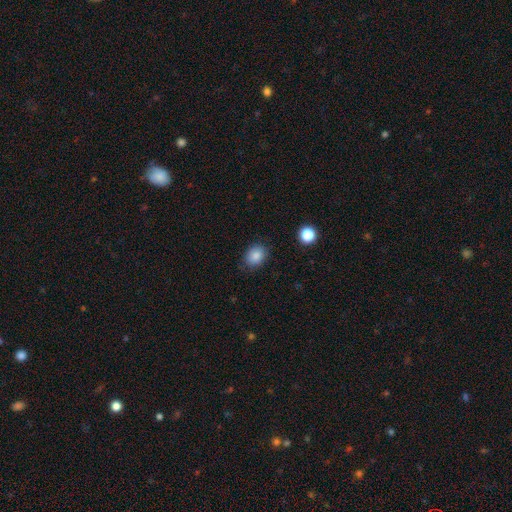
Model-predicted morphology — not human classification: Smooth or featured?
  - smooth: 86% *
  - star or artifact: 10%
  - featured or disk: 4%
How rounded?
  - in between: 52% *
  - round: 47%
  - cigar-shaped: 1%
Merging?
  - none: 82% *
  - minor disturbance: 13%
  - major disturbance: 3%
  - merger: 1%